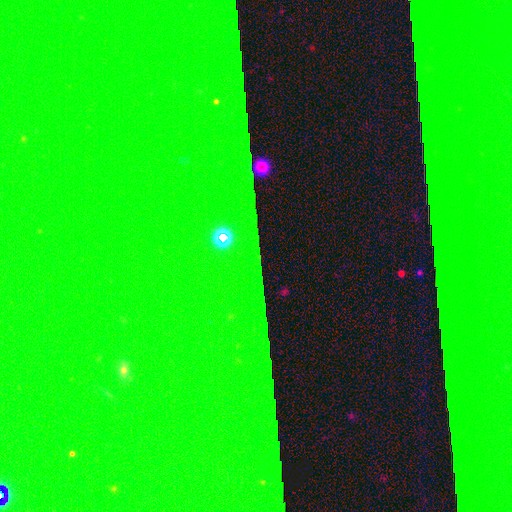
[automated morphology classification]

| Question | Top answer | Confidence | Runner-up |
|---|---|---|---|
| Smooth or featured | star or artifact | 85% | featured or disk (8%) |